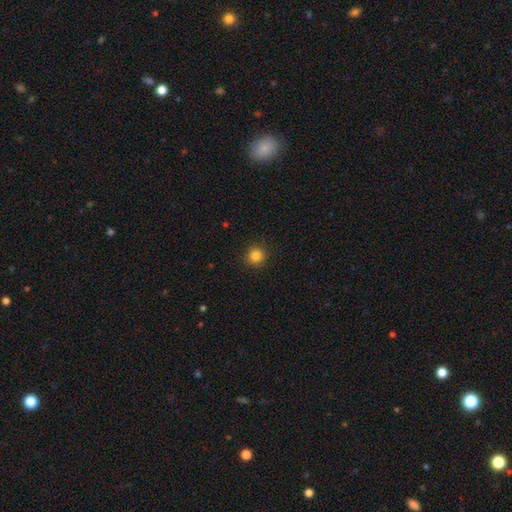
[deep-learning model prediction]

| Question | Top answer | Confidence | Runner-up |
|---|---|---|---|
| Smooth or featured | smooth | 85% | star or artifact (12%) |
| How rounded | round | 94% | in between (5%) |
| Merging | none | 91% | minor disturbance (6%) |